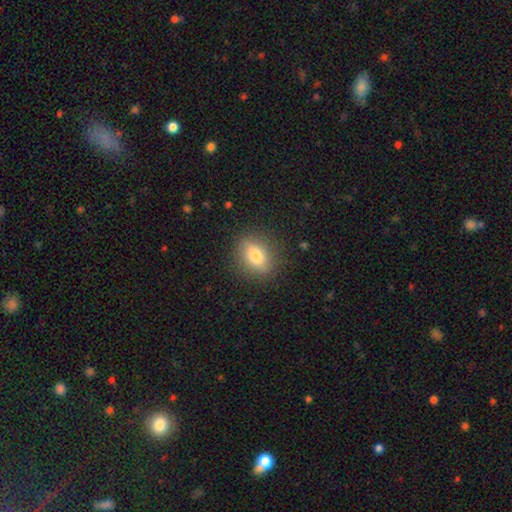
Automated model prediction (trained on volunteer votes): A smooth galaxy with no disk features (75%) that is in between round and cigar-shaped (58%). Merging: none (86%).